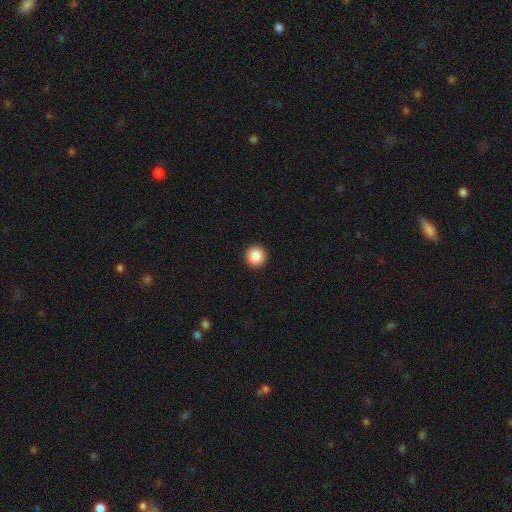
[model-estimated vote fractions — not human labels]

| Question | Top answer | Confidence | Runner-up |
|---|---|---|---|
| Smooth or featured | smooth | 88% | star or artifact (9%) |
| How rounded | round | 95% | in between (4%) |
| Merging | none | 93% | minor disturbance (4%) |